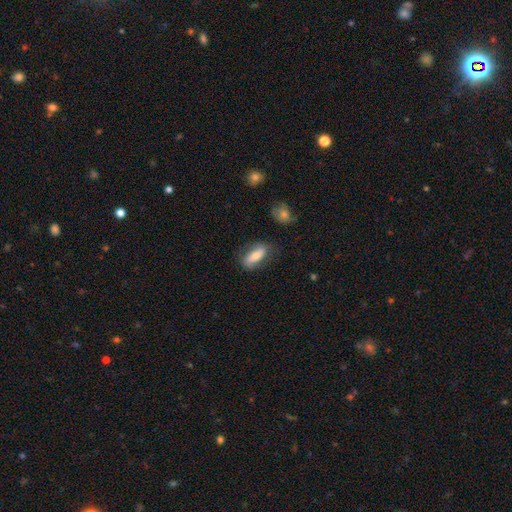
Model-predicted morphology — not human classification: A smooth galaxy with no disk features (63%) that is in between round and cigar-shaped (75%).

Vote fractions:
- Smooth or featured? smooth: 63% / featured or disk: 30% / star or artifact: 7%
- How rounded? in between: 75% / cigar-shaped: 21% / round: 4%
- Merging? none: 70% / minor disturbance: 20% / major disturbance: 7% / merger: 3%